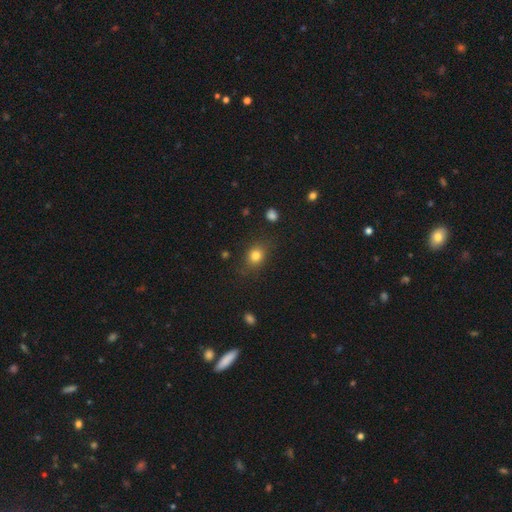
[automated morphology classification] Smooth or featured? Predicted: smooth (p=0.81). How rounded? Predicted: round (p=0.61). Merging? Predicted: none (p=0.80).